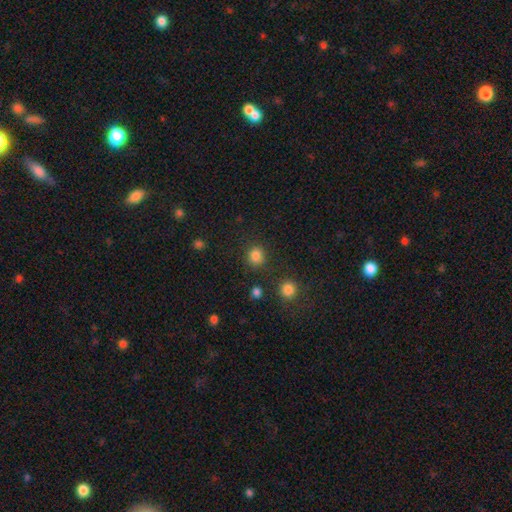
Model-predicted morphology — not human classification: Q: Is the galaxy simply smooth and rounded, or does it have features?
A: smooth — 82%.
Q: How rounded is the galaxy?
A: round — 85%.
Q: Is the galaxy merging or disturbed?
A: none — 82%.